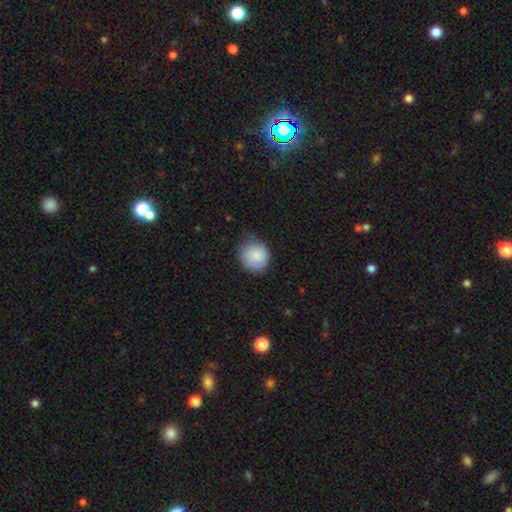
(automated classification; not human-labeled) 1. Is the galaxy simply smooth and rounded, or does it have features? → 77% smooth, 17% featured or disk, 6% star or artifact.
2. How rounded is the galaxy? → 79% round, 20% in between, 1% cigar-shaped.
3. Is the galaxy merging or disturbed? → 55% none, 35% minor disturbance, 9% major disturbance, 1% merger.